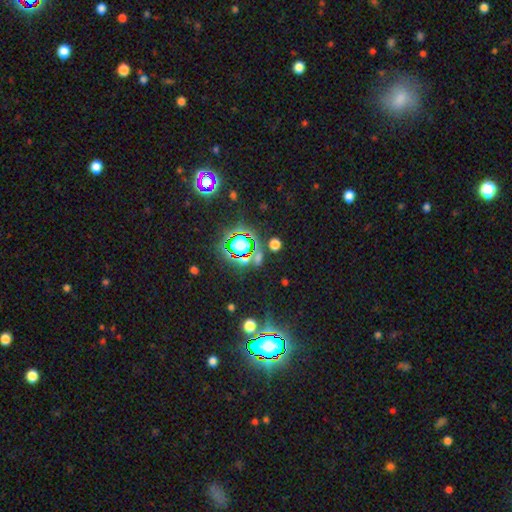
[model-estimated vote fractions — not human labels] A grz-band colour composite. It shows a star or artifact, not a galaxy (72%).